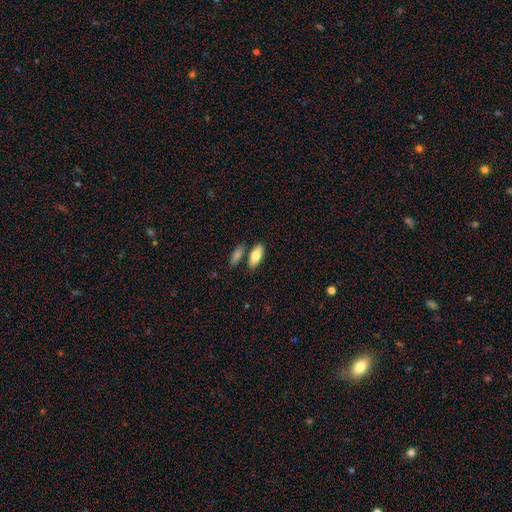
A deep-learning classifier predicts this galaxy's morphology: smooth 81%, featured or disk 13%, star or artifact 6%. Down the decision tree: how rounded — in between (82%); merging — none (73%).